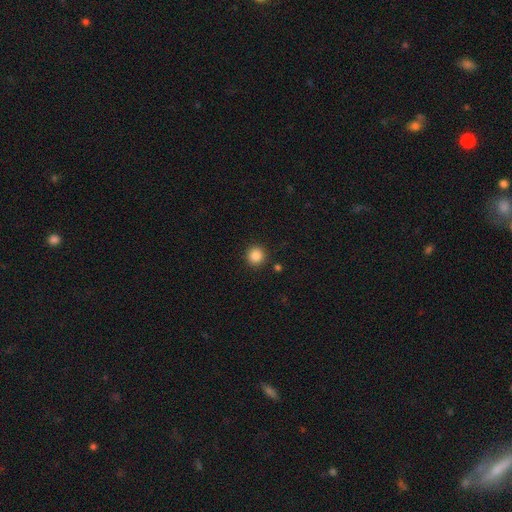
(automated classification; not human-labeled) This appears to be a smooth galaxy with no disk features (86%) that is round (94%). Merging: none (91%).